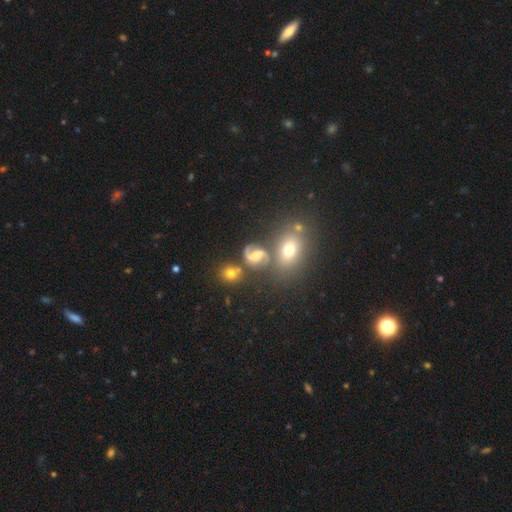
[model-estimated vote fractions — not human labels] Overall: featured or disk (59%; smooth 27%). Edge-on disk: no (97%). Bar: no (43%, tied with weak). Spiral arms: yes (86%). Bulge size: moderate (58%; small 21%). Merging: none (55%; merger 18%).